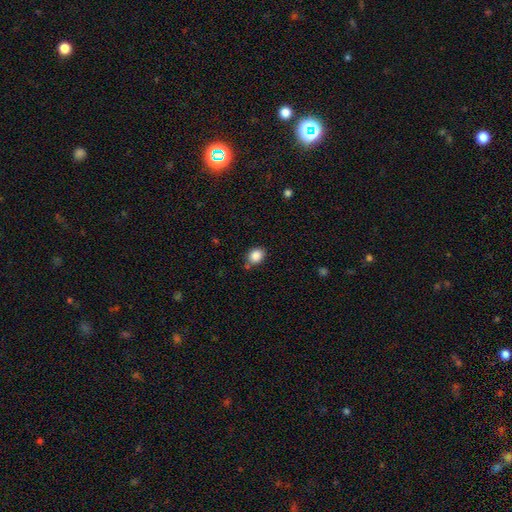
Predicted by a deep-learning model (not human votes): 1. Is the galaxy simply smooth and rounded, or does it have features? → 87% smooth, 9% star or artifact, 4% featured or disk.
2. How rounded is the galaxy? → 51% round, 48% in between, 1% cigar-shaped.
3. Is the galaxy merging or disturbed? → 71% none, 19% minor disturbance, 6% merger, 4% major disturbance.